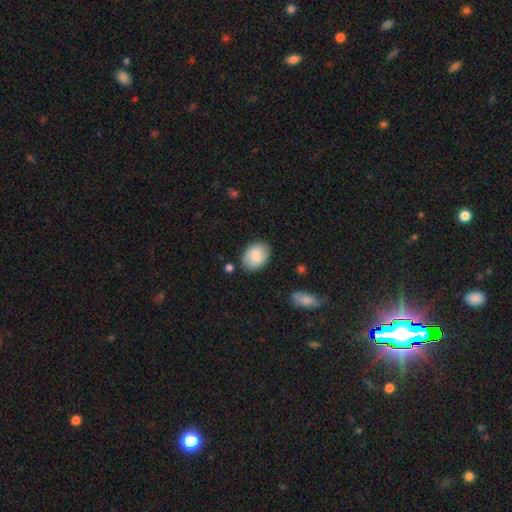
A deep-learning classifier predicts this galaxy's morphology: Smooth or featured: smooth — 79% (featured or disk — 14%)
How rounded: in between — 71% (round — 27%)
Merging: none — 81% (minor disturbance — 13%)